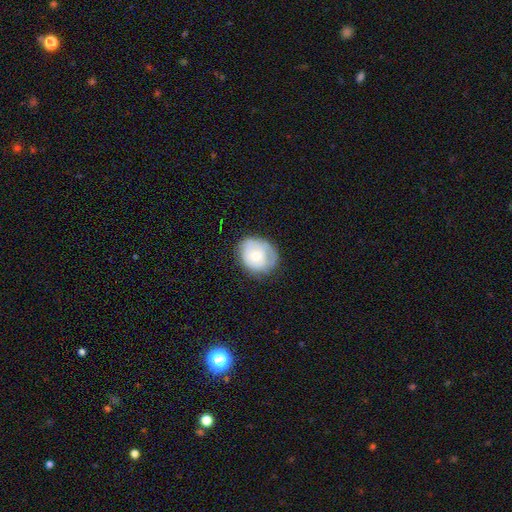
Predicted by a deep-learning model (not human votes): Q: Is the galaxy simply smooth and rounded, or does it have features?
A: smooth — 55%.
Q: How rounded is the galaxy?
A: round — 62%.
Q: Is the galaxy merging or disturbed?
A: none — 64%.